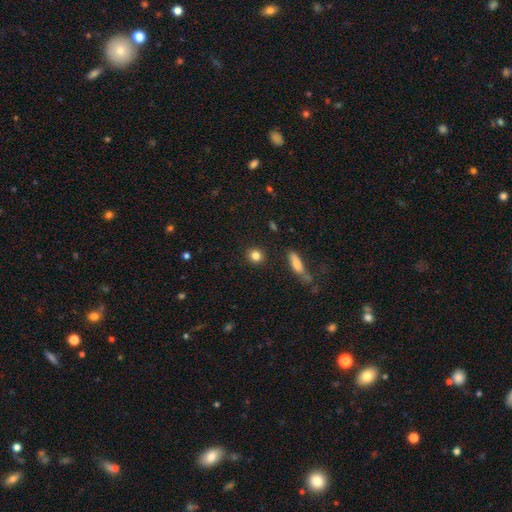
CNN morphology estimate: This appears to be a smooth galaxy with no disk features (83%) that is round (86%). Merging: none (89%).